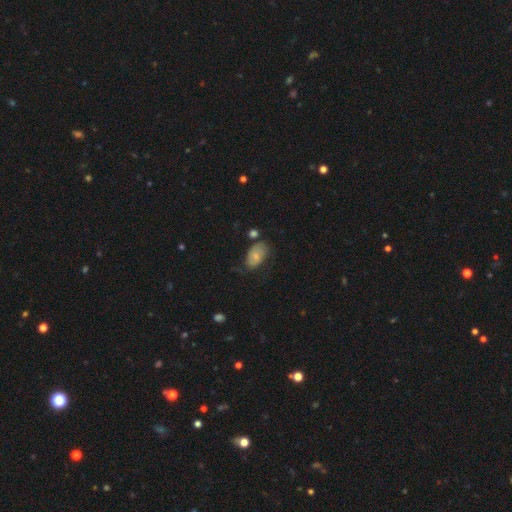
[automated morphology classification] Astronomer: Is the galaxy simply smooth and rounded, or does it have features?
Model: smooth — 67%.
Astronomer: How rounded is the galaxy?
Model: in between — 90%.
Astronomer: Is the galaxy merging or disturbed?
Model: none — 54% (runner-up: minor disturbance, 30%).